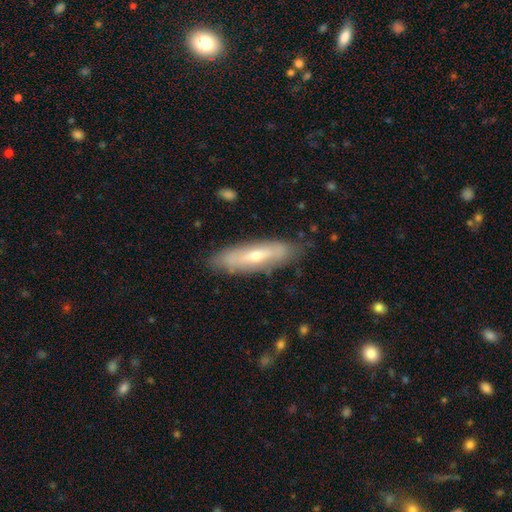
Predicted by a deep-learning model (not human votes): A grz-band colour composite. It shows a featured or disk galaxy (49%). Merging: none (81%).